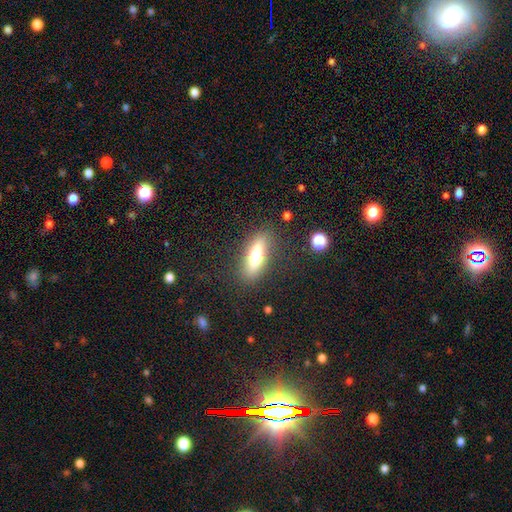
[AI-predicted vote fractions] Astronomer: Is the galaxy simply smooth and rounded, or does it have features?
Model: smooth — 58% (runner-up: featured or disk, 34%).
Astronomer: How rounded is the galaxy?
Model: cigar-shaped — 48%, tied with in between at 48%.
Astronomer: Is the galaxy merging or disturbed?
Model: none — 84%.